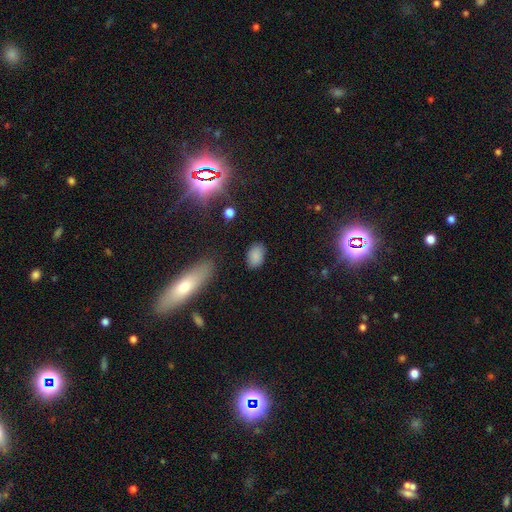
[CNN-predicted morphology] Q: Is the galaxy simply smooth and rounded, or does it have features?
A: smooth — 84%.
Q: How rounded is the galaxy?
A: in between — 88%.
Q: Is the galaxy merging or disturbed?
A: none — 82%.